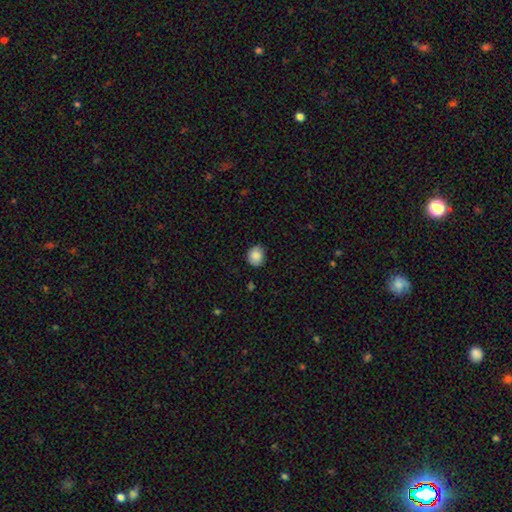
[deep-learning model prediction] Smooth or featured? smooth (86%)
How rounded? round (65%)
Merging? none (81%)